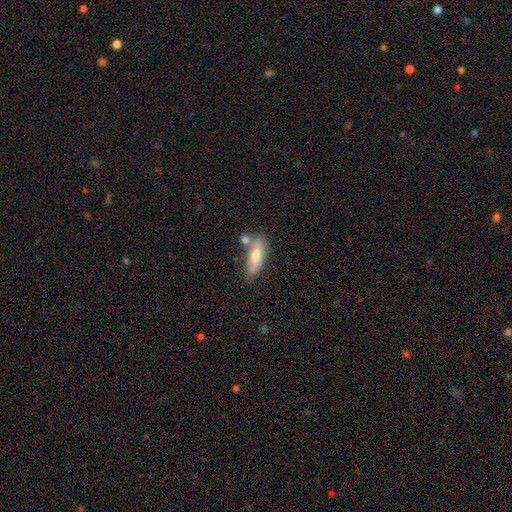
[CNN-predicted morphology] This is possibly a smooth galaxy (59%). How rounded: possibly cigar-shaped (55%). Merging: likely none (65%).